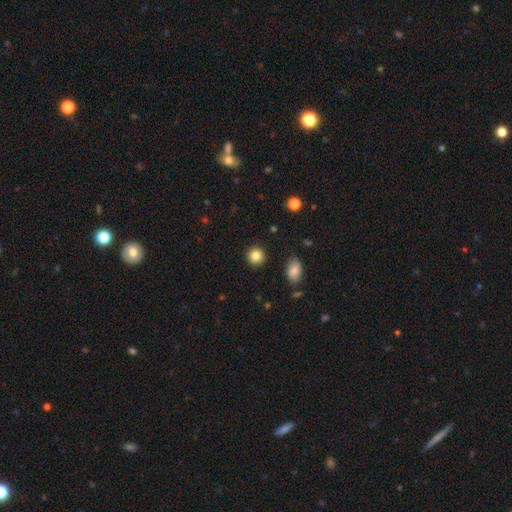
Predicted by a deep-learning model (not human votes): A smooth galaxy with no disk features (85%) that is round (91%). Merging: none (91%).